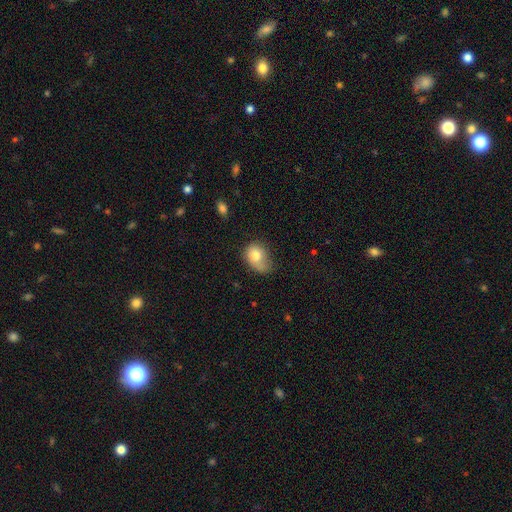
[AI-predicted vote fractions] Smooth or featured? smooth (77%)
How rounded? in between (61%)
Merging? minor disturbance (40%)